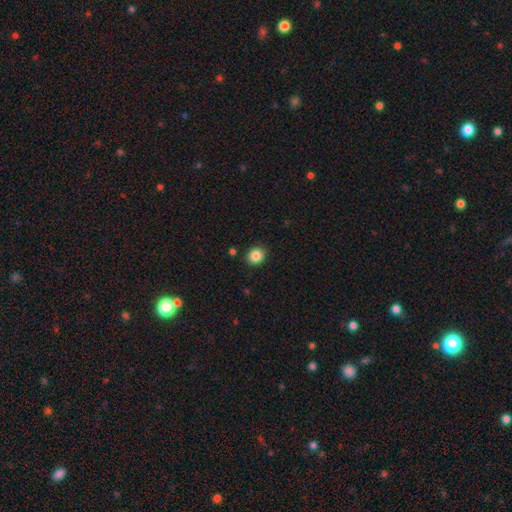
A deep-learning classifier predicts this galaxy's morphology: smooth 86%, star or artifact 10%, featured or disk 5%. Down the decision tree: how rounded — round (70%); merging — none (90%).